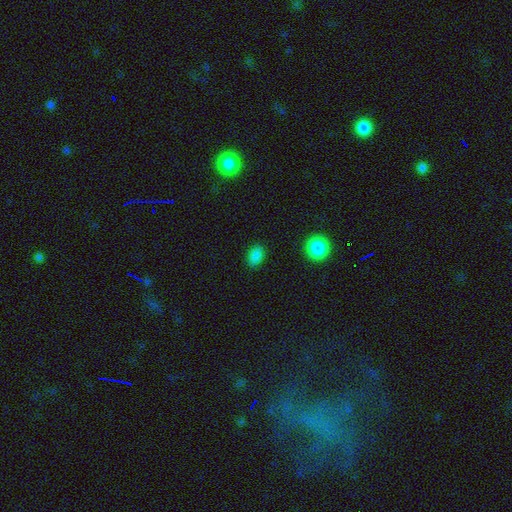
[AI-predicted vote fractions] Overall: smooth (86%). How rounded: in between (83%). Merging: none (87%).